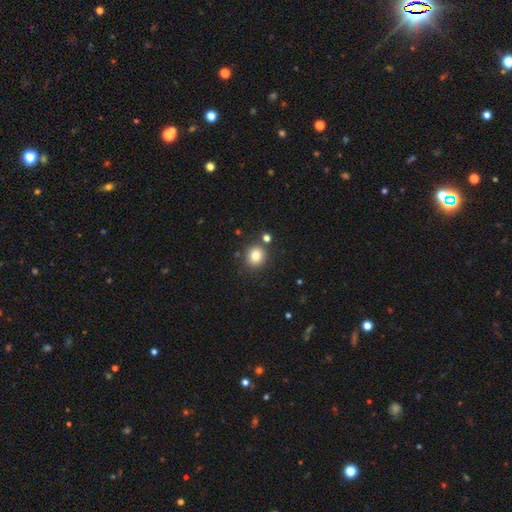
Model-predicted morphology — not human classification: A smooth galaxy with no disk features (81%) that is round (85%).

Vote fractions:
- Smooth or featured? smooth: 81% / star or artifact: 12% / featured or disk: 7%
- How rounded? round: 85% / in between: 14% / cigar-shaped: 1%
- Merging? none: 84% / minor disturbance: 8% / merger: 6% / major disturbance: 2%